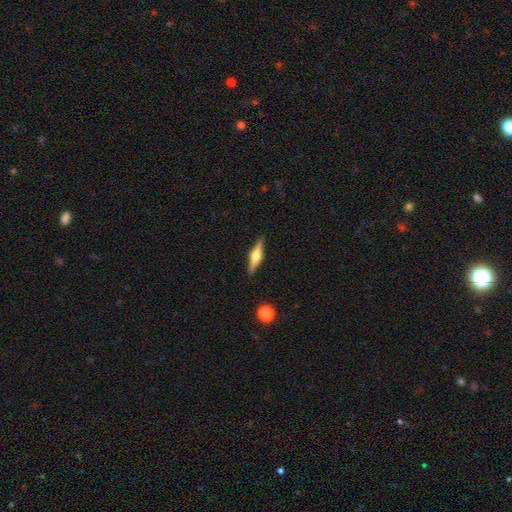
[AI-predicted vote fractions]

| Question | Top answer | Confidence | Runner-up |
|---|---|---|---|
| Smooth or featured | featured or disk | 68% | smooth (26%) |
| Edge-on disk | yes | 97% | no (3%) |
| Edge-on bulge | rounded | 93% | boxy (6%) |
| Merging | none | 90% | minor disturbance (7%) |